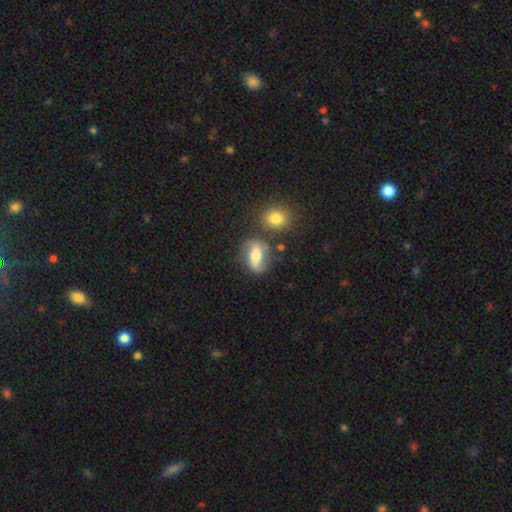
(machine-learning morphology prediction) Smooth or featured? smooth (48%)
Merging? none (60%)